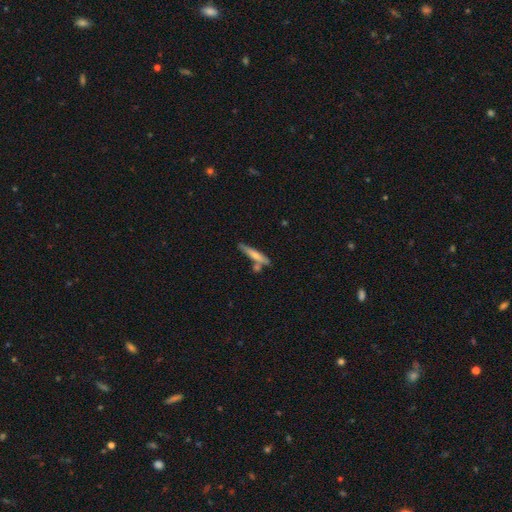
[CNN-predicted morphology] Smooth or featured? smooth (60%)
How rounded? cigar-shaped (88%)
Merging? none (63%)